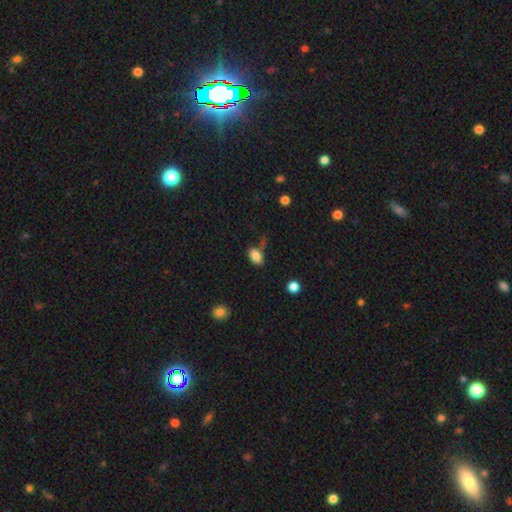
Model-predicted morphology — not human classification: Smooth or featured: smooth — 84% (star or artifact — 10%)
How rounded: in between — 89% (round — 9%)
Merging: none — 58% (minor disturbance — 22%)